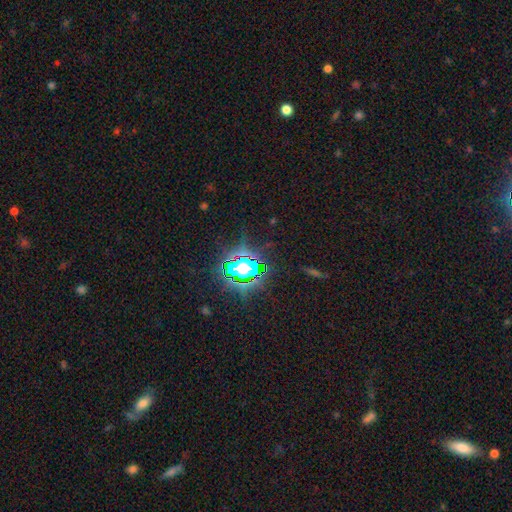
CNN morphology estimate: Q: Smooth or featured?
A: star or artifact (81%); runner-up: smooth (12%)